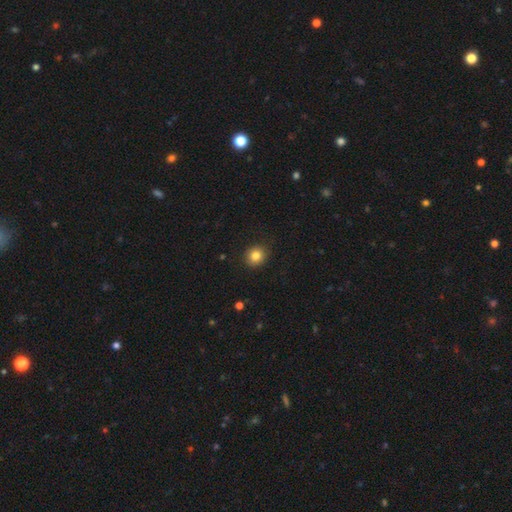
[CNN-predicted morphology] Smooth or featured? Predicted: smooth (p=0.83). How rounded? Predicted: round (p=0.80). Merging? Predicted: none (p=0.90).